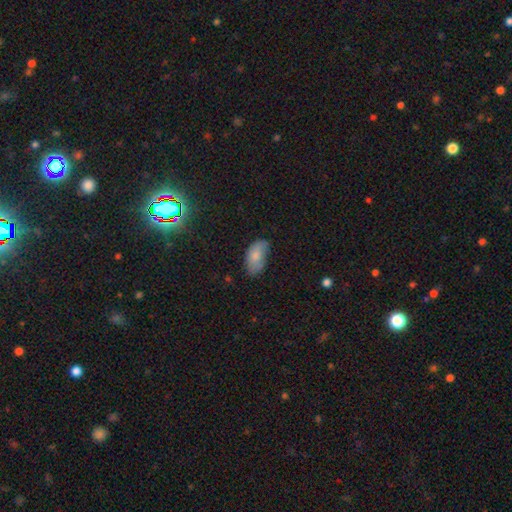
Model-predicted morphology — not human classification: Smooth or featured: smooth — 79% (featured or disk — 14%)
How rounded: in between — 94% (round — 4%)
Merging: none — 57% (minor disturbance — 33%)